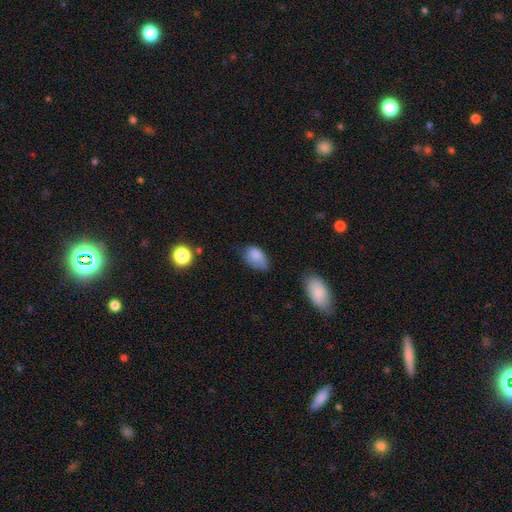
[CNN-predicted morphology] A smooth galaxy with no disk features (79%) that is in between round and cigar-shaped (89%).

Vote fractions:
- Smooth or featured? smooth: 79% / featured or disk: 12% / star or artifact: 9%
- How rounded? in between: 89% / round: 10% / cigar-shaped: 2%
- Merging? minor disturbance: 41% / none: 38% / major disturbance: 18% / merger: 3%